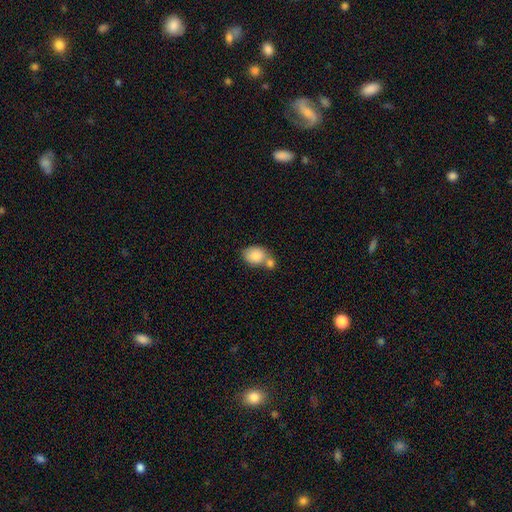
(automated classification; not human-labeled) A smooth galaxy with no disk features (84%) that is in between round and cigar-shaped (61%). Merging: merger (46%).